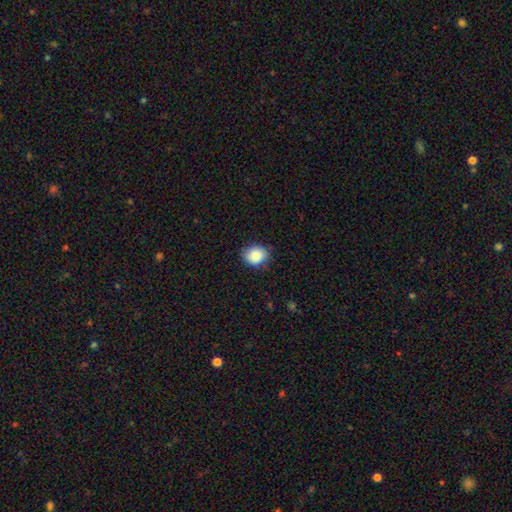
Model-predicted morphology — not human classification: A smooth galaxy with no disk features (86%) that is round (66%). Merging: none (80%).